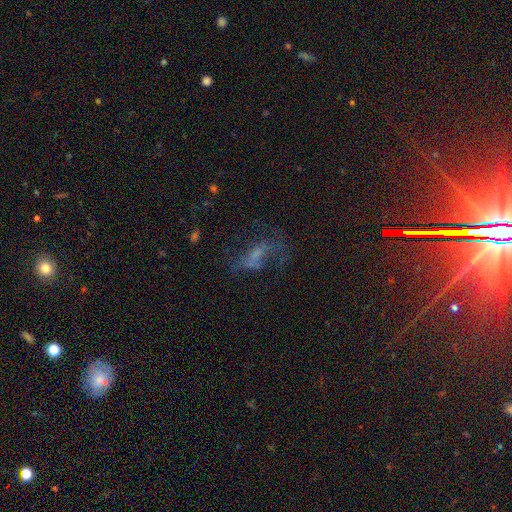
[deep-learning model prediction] smooth_or_featured: featured or disk (p=0.47) [alt: smooth p=0.30]
merging: none (p=0.39) [alt: major disturbance p=0.38]